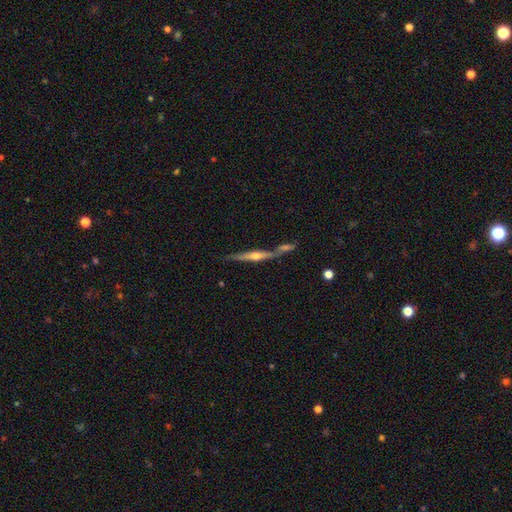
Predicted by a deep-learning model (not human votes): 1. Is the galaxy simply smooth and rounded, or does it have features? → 76% featured or disk, 17% smooth, 7% star or artifact.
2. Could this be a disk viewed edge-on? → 96% yes, 4% no.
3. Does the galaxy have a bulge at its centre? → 88% rounded, 8% none, 5% boxy.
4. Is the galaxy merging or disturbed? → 62% none, 24% merger, 11% minor disturbance, 3% major disturbance.